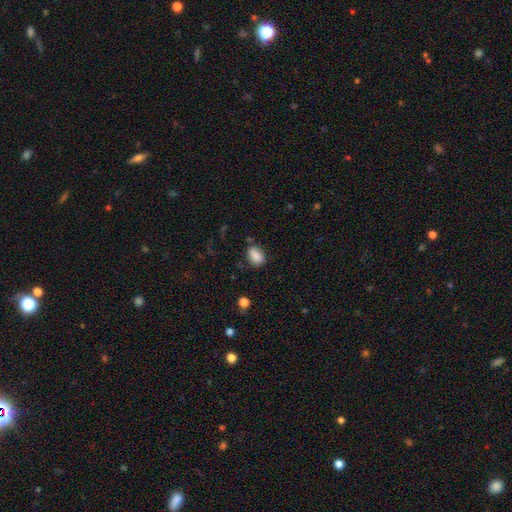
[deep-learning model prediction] This appears to be a smooth galaxy with no disk features (86%) that is in between round and cigar-shaped (77%). Merging: none (73%).